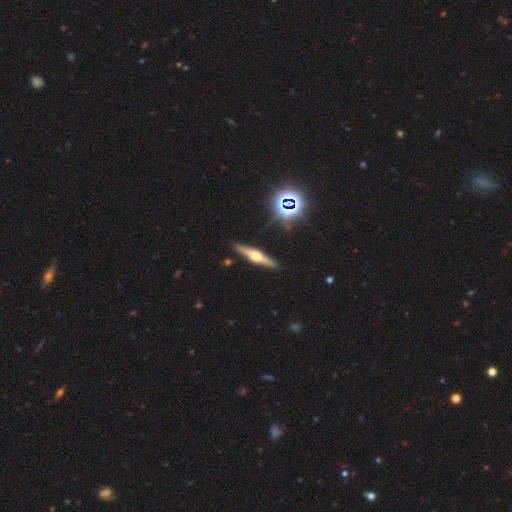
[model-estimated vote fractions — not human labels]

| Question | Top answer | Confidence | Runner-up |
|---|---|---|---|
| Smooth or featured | featured or disk | 65% | smooth (25%) |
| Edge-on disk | yes | 96% | no (4%) |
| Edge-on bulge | rounded | 92% | boxy (5%) |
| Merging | none | 89% | minor disturbance (7%) |